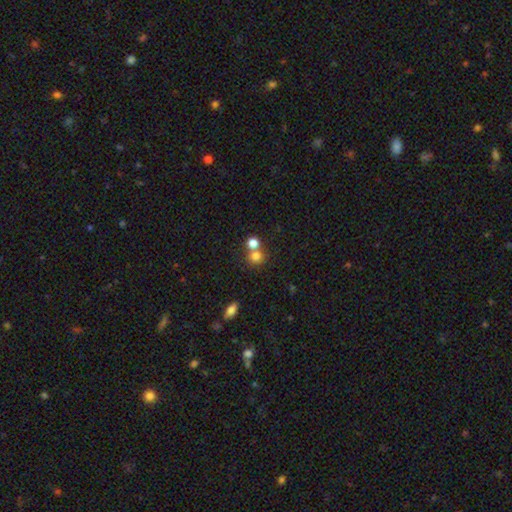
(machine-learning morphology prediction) The model was most divided on "merging": none: 53%, merger: 37%, minor disturbance: 7%, major disturbance: 3%. More confident: how rounded — round (85%); smooth or featured — smooth (78%).